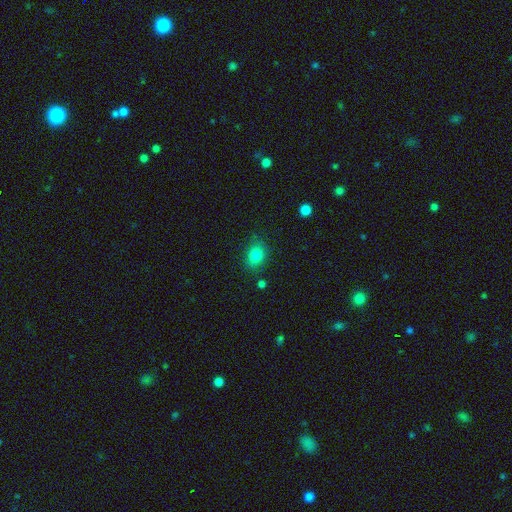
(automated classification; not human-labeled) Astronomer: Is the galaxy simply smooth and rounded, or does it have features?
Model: smooth — 82%.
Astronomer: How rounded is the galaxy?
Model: in between — 57% (runner-up: round, 41%).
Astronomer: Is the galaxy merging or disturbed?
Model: none — 79%.